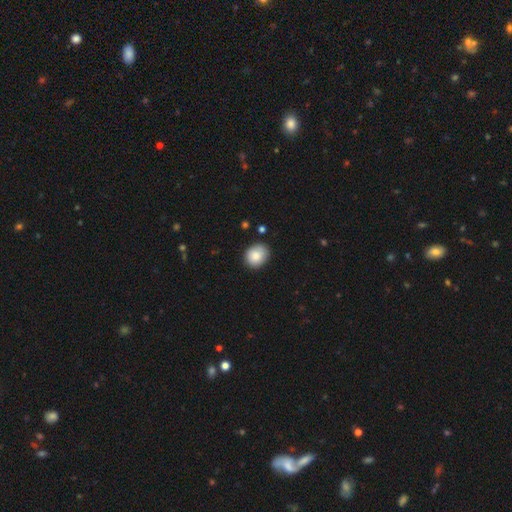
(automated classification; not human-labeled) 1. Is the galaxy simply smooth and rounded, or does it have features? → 85% smooth, 8% star or artifact, 7% featured or disk.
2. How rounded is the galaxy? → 63% round, 36% in between, 1% cigar-shaped.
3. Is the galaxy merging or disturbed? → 83% none, 13% minor disturbance, 2% major disturbance, 2% merger.